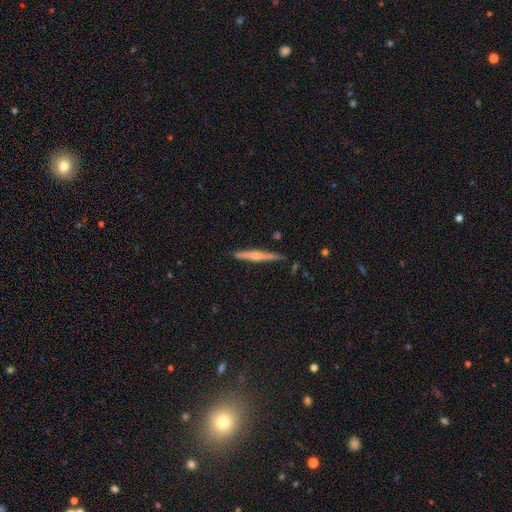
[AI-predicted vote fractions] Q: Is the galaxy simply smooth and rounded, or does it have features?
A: featured or disk — 60%.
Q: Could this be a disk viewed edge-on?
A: yes — 97%.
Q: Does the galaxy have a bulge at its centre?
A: rounded — 73%.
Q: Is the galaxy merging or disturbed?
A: none — 87%.